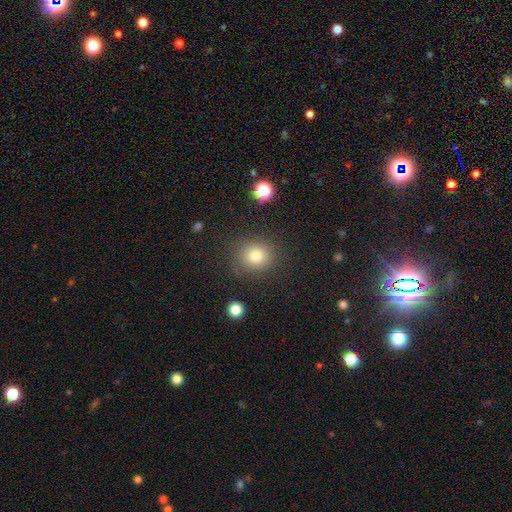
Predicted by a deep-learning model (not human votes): A smooth galaxy with no disk features (78%) that is round (82%).

Vote fractions:
- Smooth or featured? smooth: 78% / star or artifact: 13% / featured or disk: 9%
- How rounded? round: 82% / in between: 17% / cigar-shaped: 1%
- Merging? none: 83% / minor disturbance: 10% / major disturbance: 4% / merger: 2%